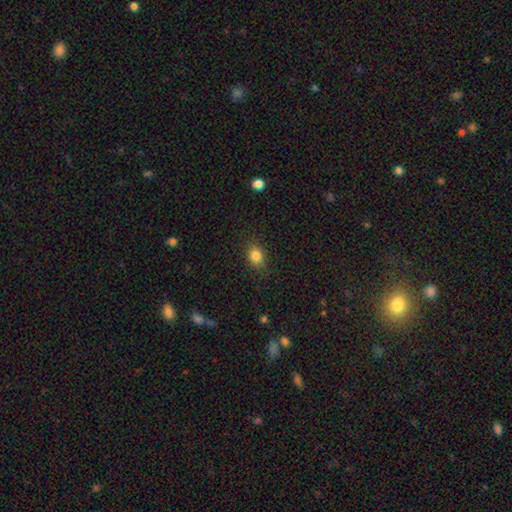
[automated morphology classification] Smooth or featured? smooth (84%)
How rounded? in between (54%)
Merging? none (85%)